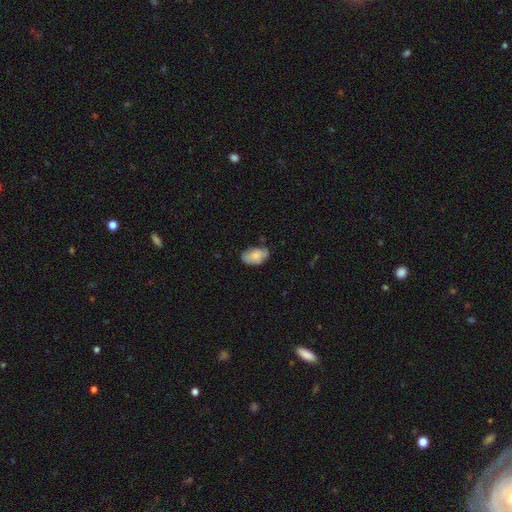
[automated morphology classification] Smooth or featured? Predicted: smooth (p=0.79). How rounded? Predicted: in between (p=0.93). Merging? Predicted: none (p=0.67).